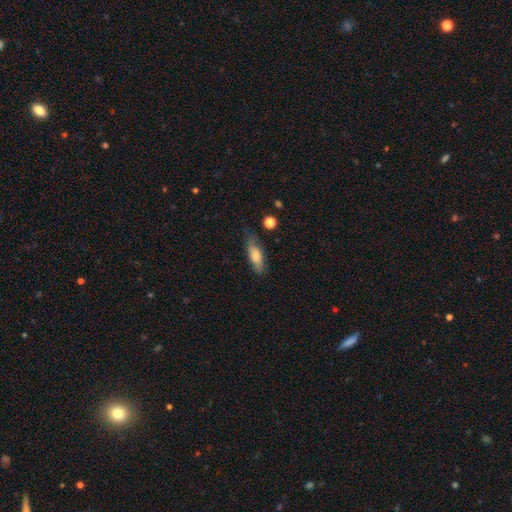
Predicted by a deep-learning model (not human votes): A smooth galaxy with no disk features (72%) that is in between round and cigar-shaped (52%).

Vote fractions:
- Smooth or featured? smooth: 72% / featured or disk: 21% / star or artifact: 7%
- How rounded? in between: 52% / cigar-shaped: 45% / round: 3%
- Merging? none: 69% / minor disturbance: 23% / major disturbance: 6% / merger: 3%